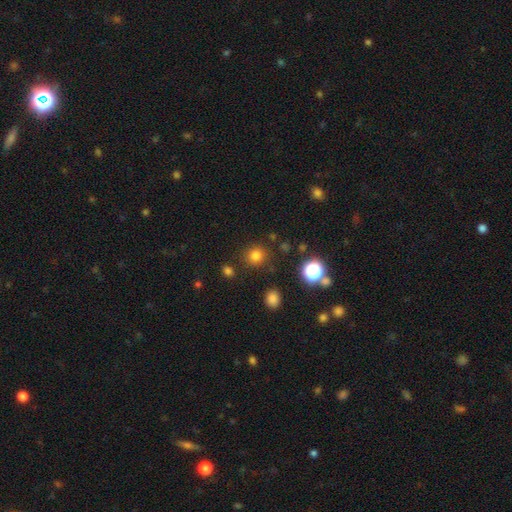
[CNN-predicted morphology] smooth_or_featured: smooth (p=0.77) [alt: star or artifact p=0.17]
how_rounded: round (p=0.89) [alt: in between p=0.10]
merging: none (p=0.86) [alt: minor disturbance p=0.08]